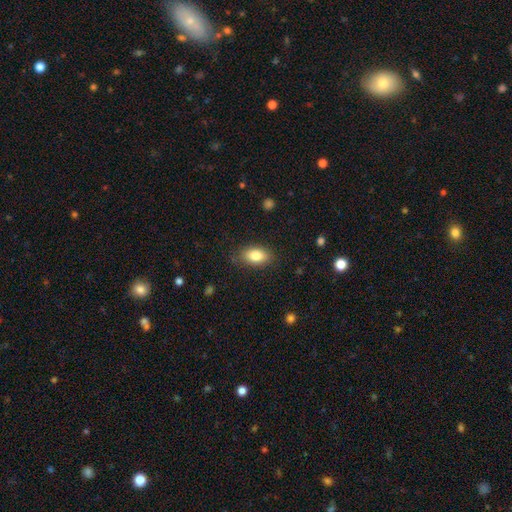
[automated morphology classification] This is clearly a smooth galaxy (83%). How rounded: clearly in between (90%). Merging: clearly none (83%).